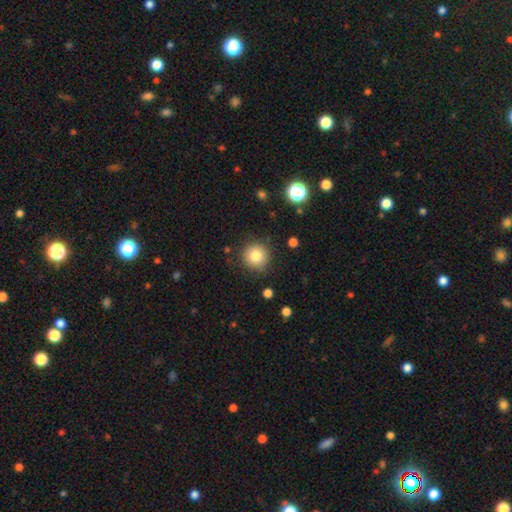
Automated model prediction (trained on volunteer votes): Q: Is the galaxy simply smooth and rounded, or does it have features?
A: smooth — 82%.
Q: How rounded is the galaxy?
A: round — 93%.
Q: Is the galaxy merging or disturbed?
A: none — 85%.